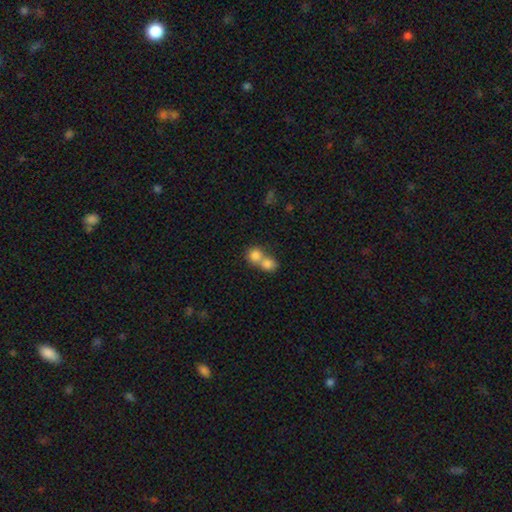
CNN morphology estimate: This is clearly a smooth galaxy (81%). How rounded: likely round (76%). Merging: likely merger (68%).